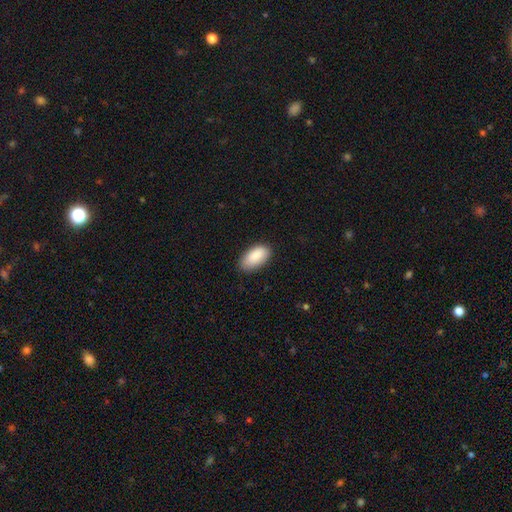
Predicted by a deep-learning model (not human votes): Overall: smooth (89%). How rounded: in between (94%). Merging: none (81%).